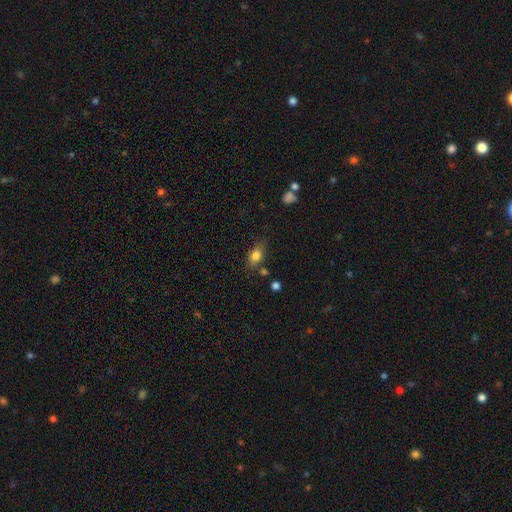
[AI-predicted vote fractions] Smooth or featured: smooth — 81% (featured or disk — 10%)
How rounded: in between — 78% (round — 18%)
Merging: none — 73% (minor disturbance — 18%)